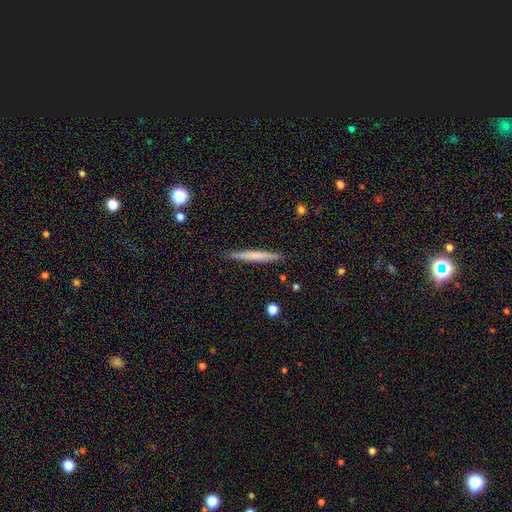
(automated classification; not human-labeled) Morphology: type=smooth (64%); roundness=cigar-shaped (96%); merging=none (89%).